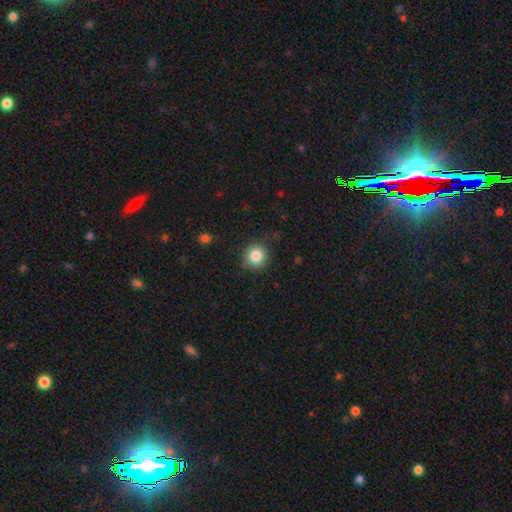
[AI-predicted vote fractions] Overall: smooth (84%). How rounded: round (93%). Merging: none (88%).